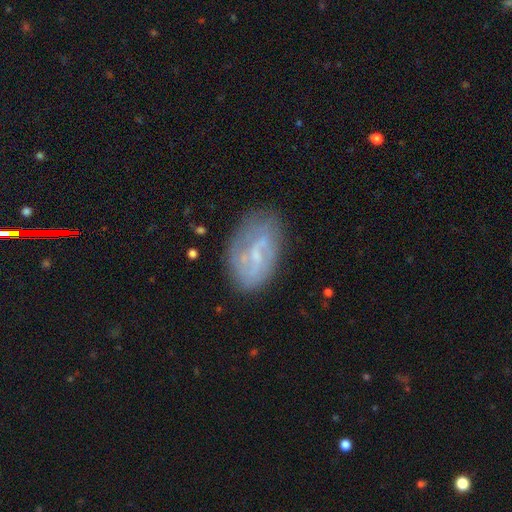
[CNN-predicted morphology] featured or disk 63%, smooth 29%, star or artifact 9%. Down the decision tree: edge-on disk — no (96%); bar — weak (52%); spiral arms — yes (68%); bulge size — small (59%); merging — none (66%).